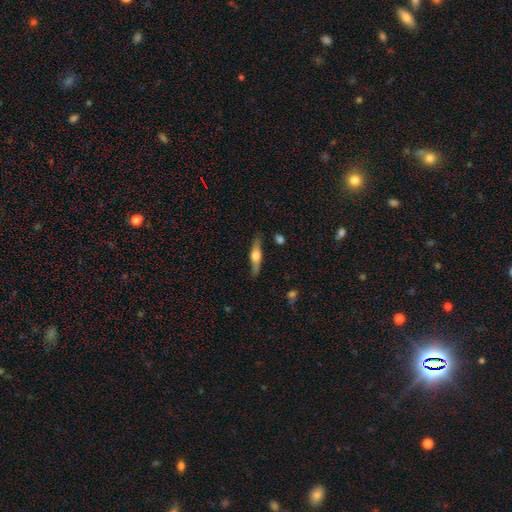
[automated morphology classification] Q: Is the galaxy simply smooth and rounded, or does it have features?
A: featured or disk — 56%.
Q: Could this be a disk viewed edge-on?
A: yes — 93%.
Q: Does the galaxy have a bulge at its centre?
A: rounded — 91%.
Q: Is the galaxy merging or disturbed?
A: none — 83%.